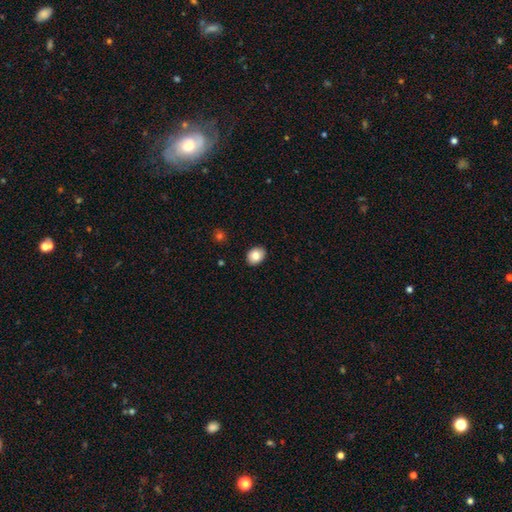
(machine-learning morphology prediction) The model was most divided on "how rounded": in between: 58%, round: 41%, cigar-shaped: 1%. More confident: merging — none (90%); smooth or featured — smooth (84%).